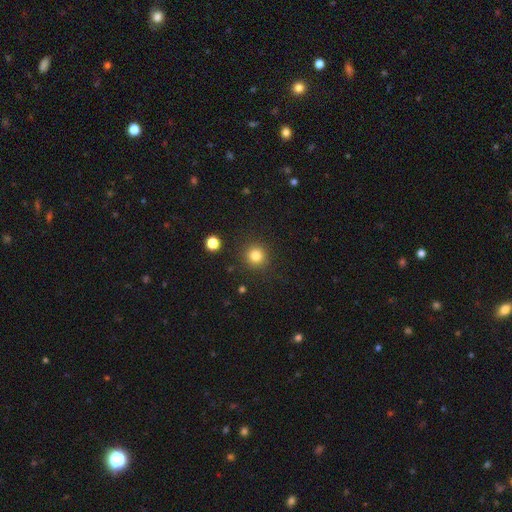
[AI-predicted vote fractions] The model was most divided on "smooth or featured": smooth: 82%, star or artifact: 12%, featured or disk: 6%. More confident: how rounded — round (94%); merging — none (90%).